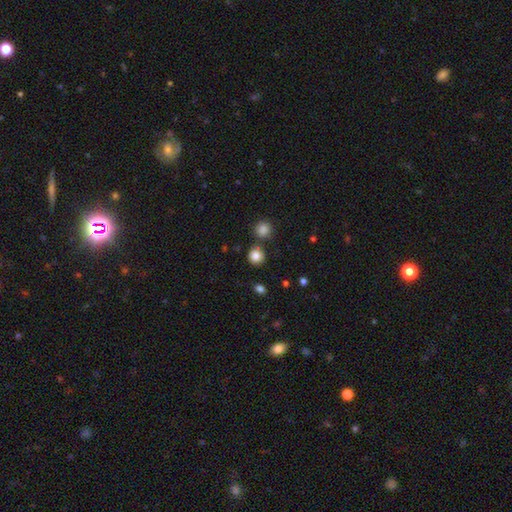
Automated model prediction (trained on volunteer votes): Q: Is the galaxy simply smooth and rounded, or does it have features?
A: smooth — 84%.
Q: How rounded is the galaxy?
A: round — 90%.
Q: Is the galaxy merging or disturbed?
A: none — 79%.